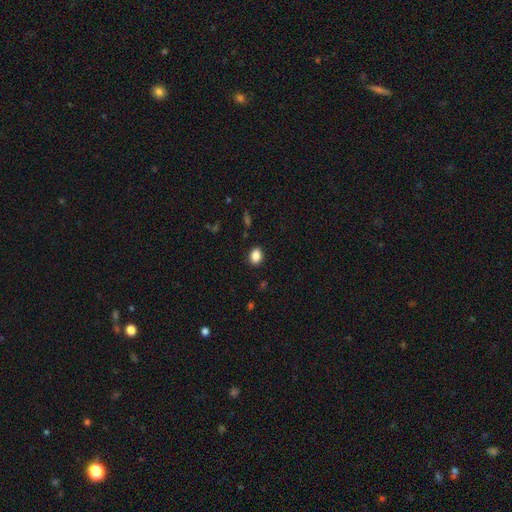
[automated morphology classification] smooth-or-featured: smooth: 87% | star or artifact: 9% | featured or disk: 4%
  how-rounded: in between: 66% | round: 32% | cigar-shaped: 1%
  merging: none: 88% | minor disturbance: 8% | major disturbance: 2% | merger: 1%